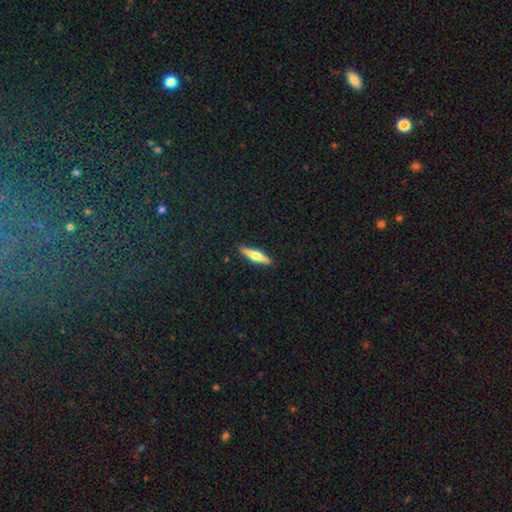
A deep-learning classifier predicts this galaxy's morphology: smooth_or_featured: featured or disk (p=0.51) [alt: smooth p=0.43]
disk_edge_on: yes (p=0.95) [alt: no p=0.05]
merging: none (p=0.90) [alt: minor disturbance p=0.07]